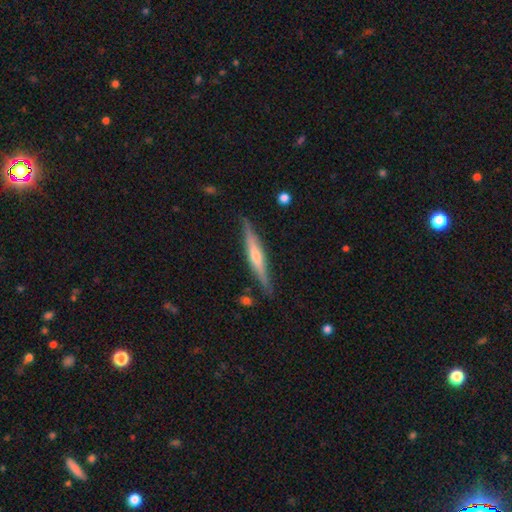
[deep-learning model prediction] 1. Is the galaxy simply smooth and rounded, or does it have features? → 69% featured or disk, 25% smooth, 6% star or artifact.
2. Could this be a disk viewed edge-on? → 97% yes, 3% no.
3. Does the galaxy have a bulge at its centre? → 78% rounded, 15% none, 8% boxy.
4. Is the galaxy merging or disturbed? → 87% none, 10% minor disturbance, 2% major disturbance, 2% merger.